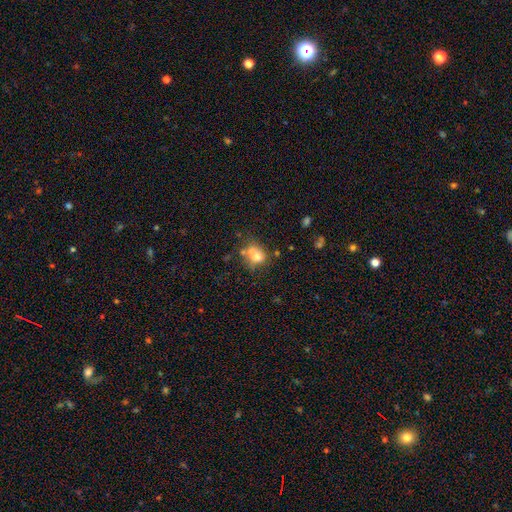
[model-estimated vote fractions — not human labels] Smooth or featured? Predicted: smooth (p=0.67). How rounded? Predicted: round (p=0.66). Merging? Predicted: merger (p=0.41).